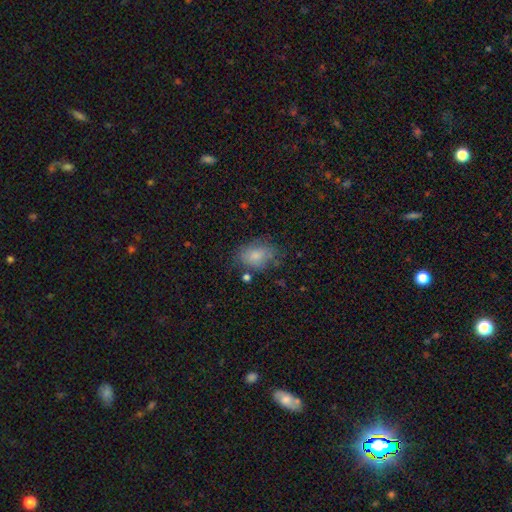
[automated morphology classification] This is likely a smooth galaxy (79%). How rounded: likely in between (78%). Merging: likely none (63%).